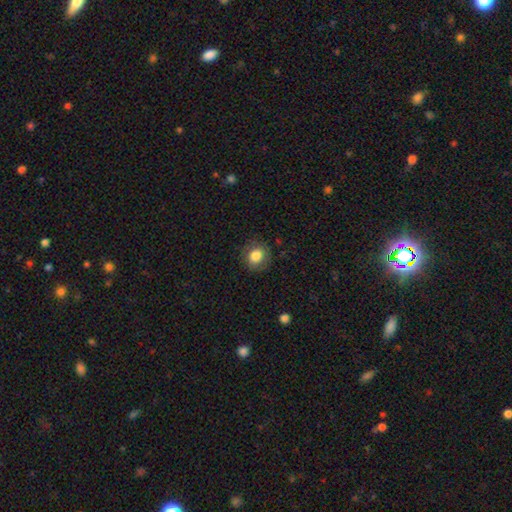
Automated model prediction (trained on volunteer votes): The model was most divided on "how rounded": round: 74%, in between: 25%, cigar-shaped: 1%. More confident: merging — none (83%); smooth or featured — smooth (82%).